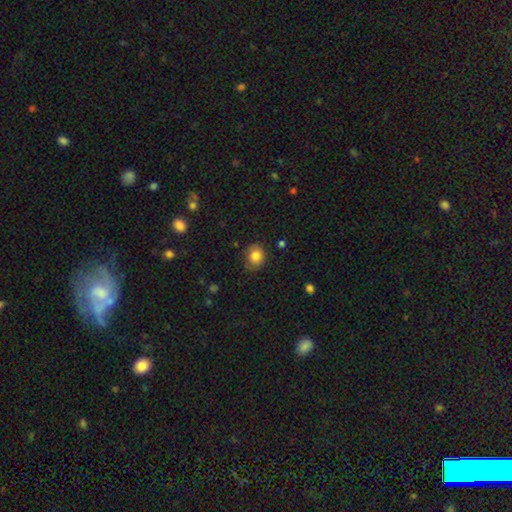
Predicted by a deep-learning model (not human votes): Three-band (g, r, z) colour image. It shows a smooth galaxy with no disk features (82%) that is round (67%). Merging: none (79%).